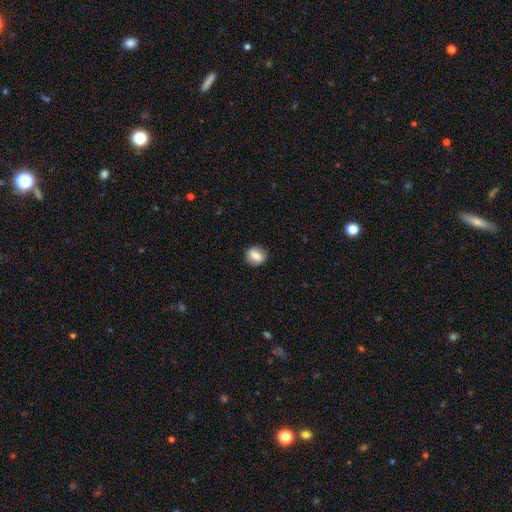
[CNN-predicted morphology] This is likely a smooth galaxy (78%). How rounded: likely round (69%). Merging: clearly none (88%).